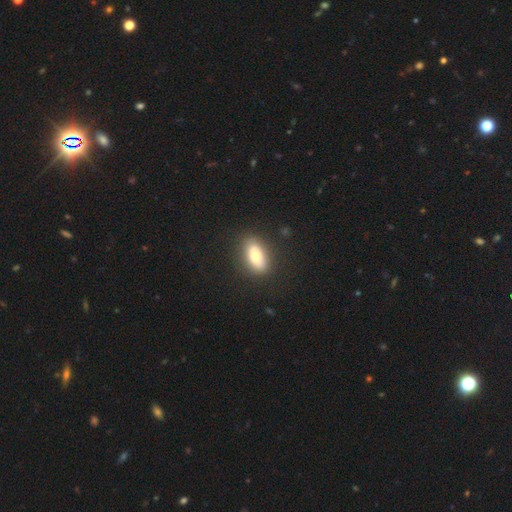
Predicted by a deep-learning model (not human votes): A smooth galaxy with no disk features (77%) that is in between round and cigar-shaped (85%). Merging: none (84%).